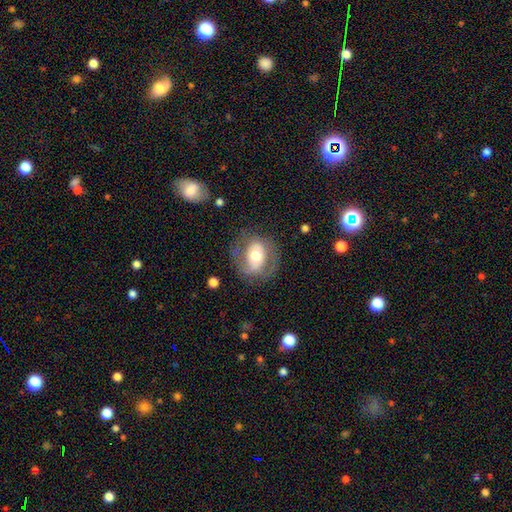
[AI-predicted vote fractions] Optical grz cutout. It shows a featured or disk galaxy (56%) with no bar (50%), spiral arms (60%) and a moderate central bulge (65%). Merging: none (68%).